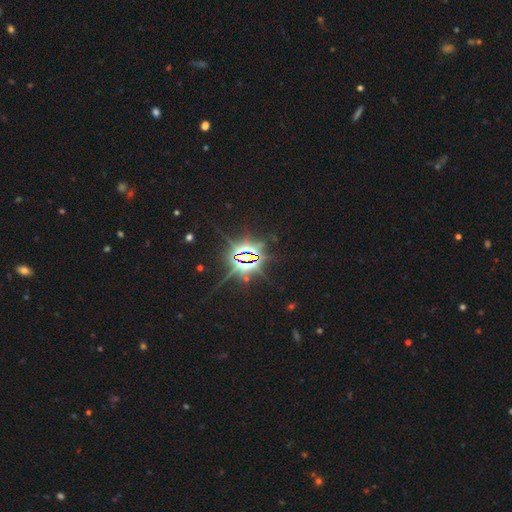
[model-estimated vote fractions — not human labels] A star or artifact, not a galaxy (85%).

Vote fractions:
- Smooth or featured? star or artifact: 85% / featured or disk: 9% / smooth: 6%